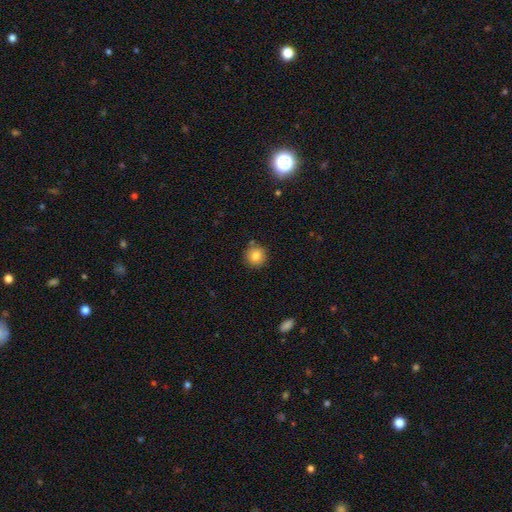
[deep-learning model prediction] Smooth or featured: smooth — 83% (star or artifact — 10%)
How rounded: round — 94% (in between — 5%)
Merging: none — 86% (minor disturbance — 8%)